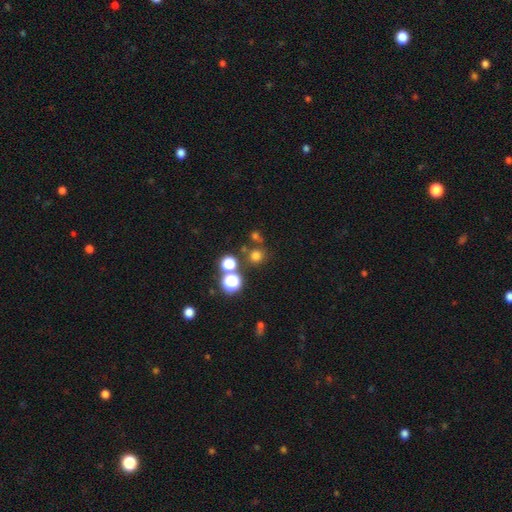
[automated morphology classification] Smooth or featured?
  - smooth: 69% *
  - star or artifact: 24%
  - featured or disk: 7%
How rounded?
  - round: 92% *
  - in between: 7%
  - cigar-shaped: 1%
Merging?
  - none: 75% *
  - merger: 14%
  - minor disturbance: 8%
  - major disturbance: 4%